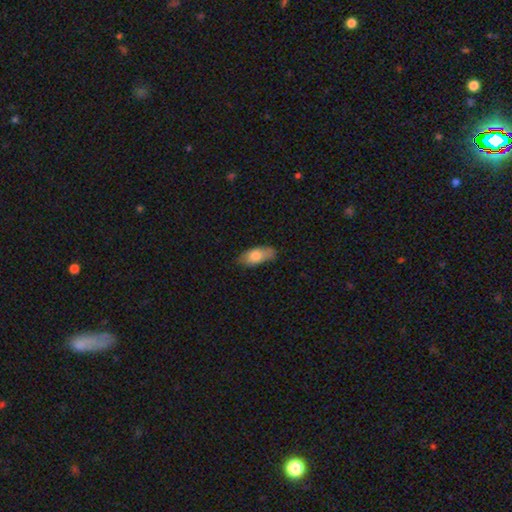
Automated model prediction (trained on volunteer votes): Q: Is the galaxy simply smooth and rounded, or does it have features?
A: smooth — 78%.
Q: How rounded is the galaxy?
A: in between — 86%.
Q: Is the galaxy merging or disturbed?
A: none — 71%.